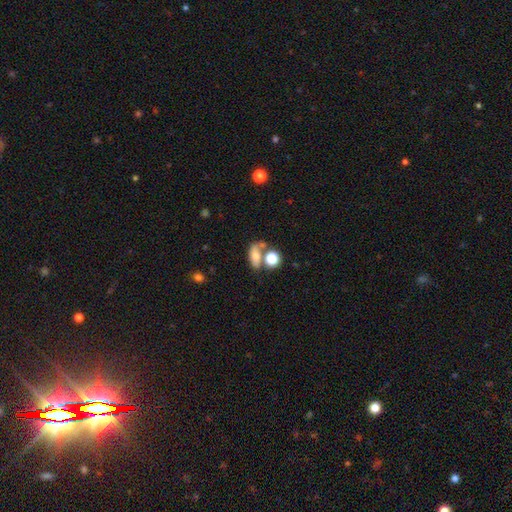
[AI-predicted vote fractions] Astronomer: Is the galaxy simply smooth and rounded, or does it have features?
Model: smooth — 69%.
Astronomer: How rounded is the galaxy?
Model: in between — 73%.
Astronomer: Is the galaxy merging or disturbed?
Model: none — 38% (runner-up: merger, 35%).